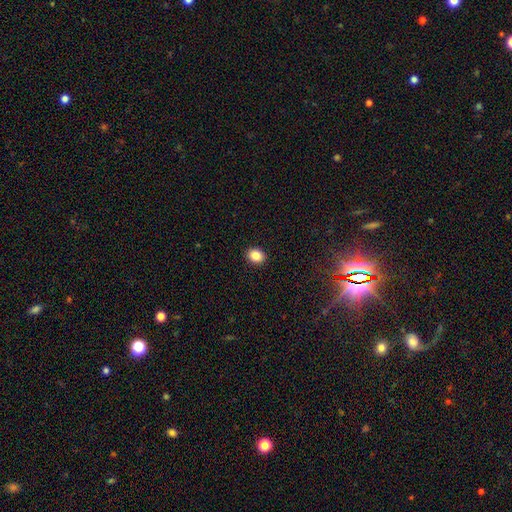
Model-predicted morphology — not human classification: This appears to be a smooth galaxy with no disk features (85%) that is round (56%). Merging: none (92%).